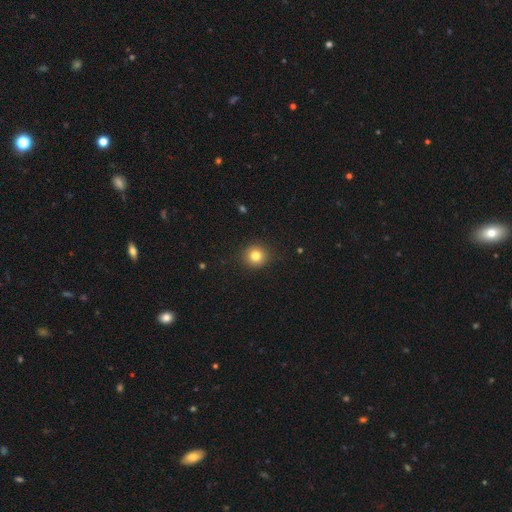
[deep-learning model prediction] Smooth or featured? smooth (81%)
How rounded? round (91%)
Merging? none (91%)